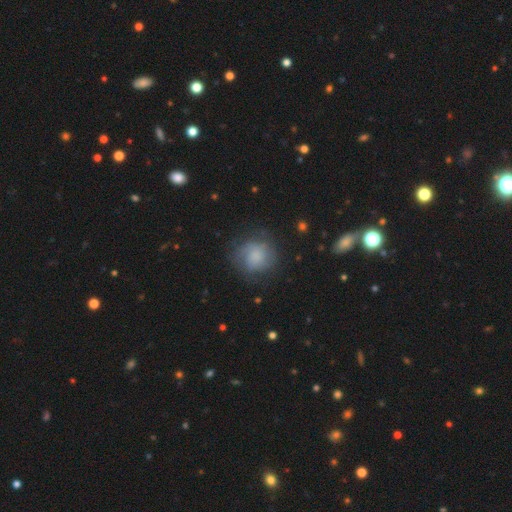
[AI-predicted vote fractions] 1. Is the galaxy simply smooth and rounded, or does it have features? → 60% smooth, 30% featured or disk, 10% star or artifact.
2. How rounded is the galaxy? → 86% round, 13% in between, 1% cigar-shaped.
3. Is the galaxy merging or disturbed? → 68% none, 19% minor disturbance, 11% major disturbance, 2% merger.